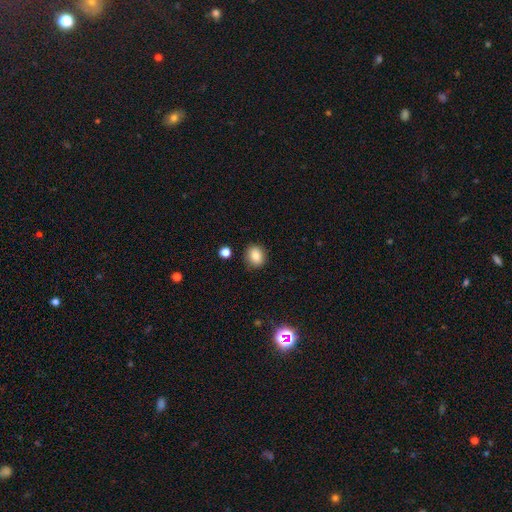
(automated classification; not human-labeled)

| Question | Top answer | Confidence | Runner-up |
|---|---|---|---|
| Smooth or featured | smooth | 84% | star or artifact (10%) |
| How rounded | round | 63% | in between (36%) |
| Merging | none | 86% | minor disturbance (10%) |